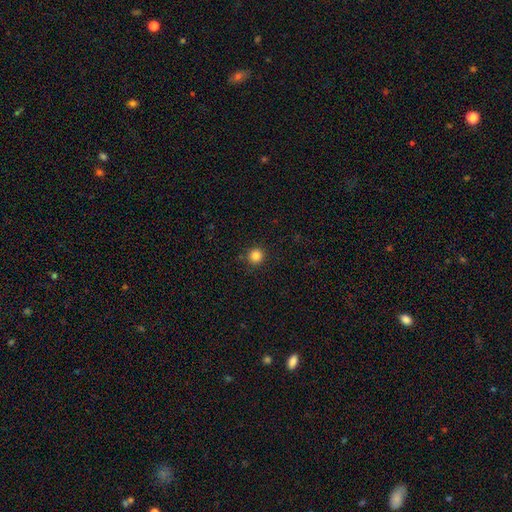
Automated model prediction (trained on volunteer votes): This appears to be a smooth galaxy with no disk features (84%) that is round (95%). Merging: none (91%).